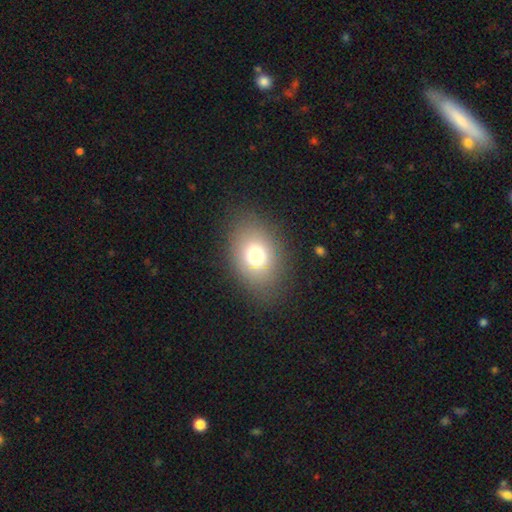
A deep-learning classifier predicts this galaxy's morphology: Smooth or featured? Predicted: smooth (p=0.73). How rounded? Predicted: in between (p=0.67). Merging? Predicted: none (p=0.81).